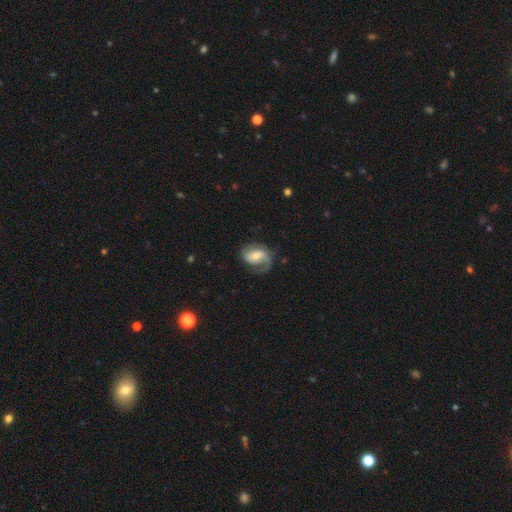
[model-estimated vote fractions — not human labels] smooth-or-featured: featured or disk: 74% | smooth: 20% | star or artifact: 6%
  disk-edge-on: no: 97% | yes: 3%
    bar: weak: 45% | no: 35% | strong: 19%
    has-spiral-arms: yes: 92% | no: 8%
      spiral-winding: medium: 44% | loose: 33% | tight: 23%
      spiral-arm-count: 2: 55% | 1: 35% | can't tell: 6% | 3: 2% | 4: 1% | more than 4: 1%
    bulge-size: moderate: 54% | small: 35% | large: 7% | none: 3% | dominant: 1%
  merging: none: 58% | minor disturbance: 22% | major disturbance: 19% | merger: 2%